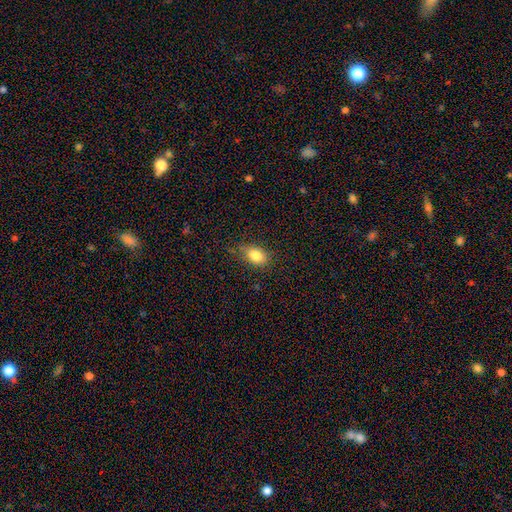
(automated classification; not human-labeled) smooth_or_featured: smooth (p=0.82) [alt: star or artifact p=0.10]
how_rounded: in between (p=0.77) [alt: round p=0.20]
merging: none (p=0.74) [alt: minor disturbance p=0.20]